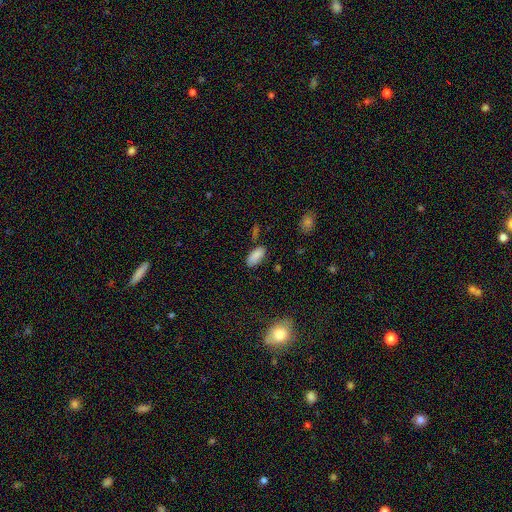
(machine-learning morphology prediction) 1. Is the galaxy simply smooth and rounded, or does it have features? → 86% smooth, 9% star or artifact, 5% featured or disk.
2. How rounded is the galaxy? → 91% in between, 7% cigar-shaped, 2% round.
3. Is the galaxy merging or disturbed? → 78% none, 14% minor disturbance, 4% merger, 3% major disturbance.